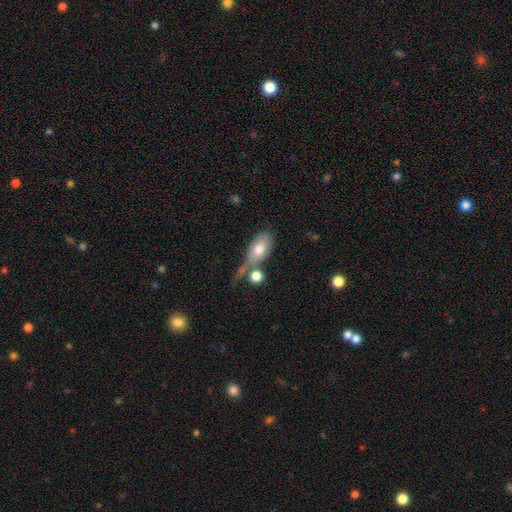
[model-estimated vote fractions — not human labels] Q: Smooth or featured?
A: smooth (69%); runner-up: featured or disk (23%)
Q: How rounded?
A: in between (84%); runner-up: round (11%)
Q: Merging?
A: merger (35%); runner-up: none (34%)